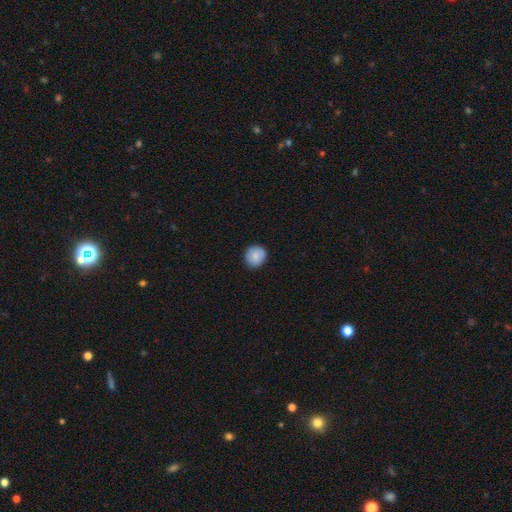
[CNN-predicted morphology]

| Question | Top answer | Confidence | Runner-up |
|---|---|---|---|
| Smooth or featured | smooth | 87% | star or artifact (7%) |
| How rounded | round | 88% | in between (11%) |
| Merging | none | 87% | minor disturbance (10%) |